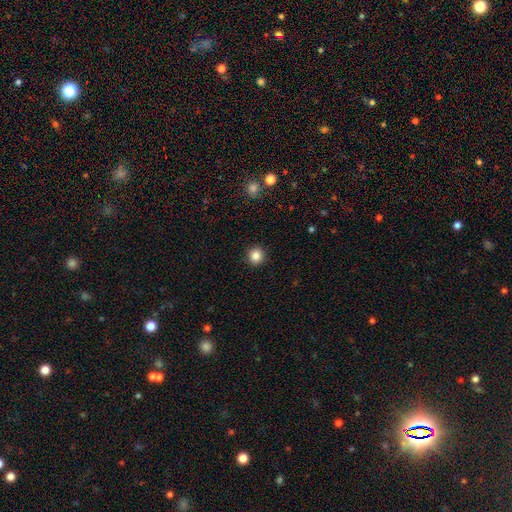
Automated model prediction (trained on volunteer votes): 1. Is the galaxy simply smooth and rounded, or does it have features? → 86% smooth, 10% star or artifact, 4% featured or disk.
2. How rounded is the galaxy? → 93% round, 6% in between, 1% cigar-shaped.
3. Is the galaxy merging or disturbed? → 92% none, 5% minor disturbance, 2% major disturbance, 1% merger.